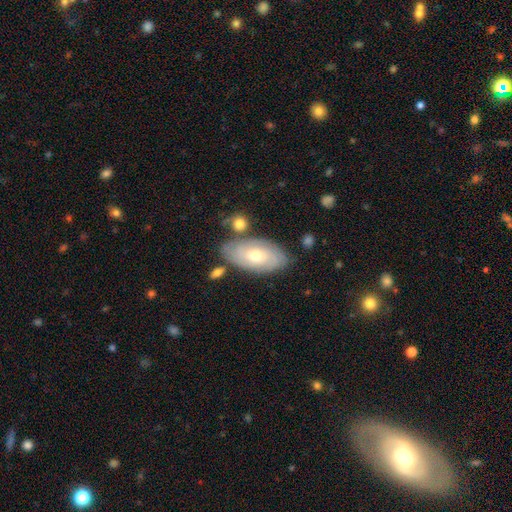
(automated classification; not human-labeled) Smooth or featured? featured or disk (50%)
Edge-on disk? no (89%)
Merging? none (72%)